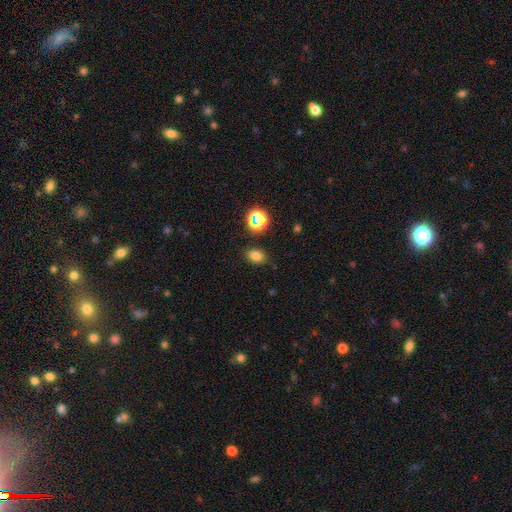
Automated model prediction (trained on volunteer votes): Smooth or featured? Predicted: smooth (p=0.77). How rounded? Predicted: in between (p=0.70). Merging? Predicted: none (p=0.84).